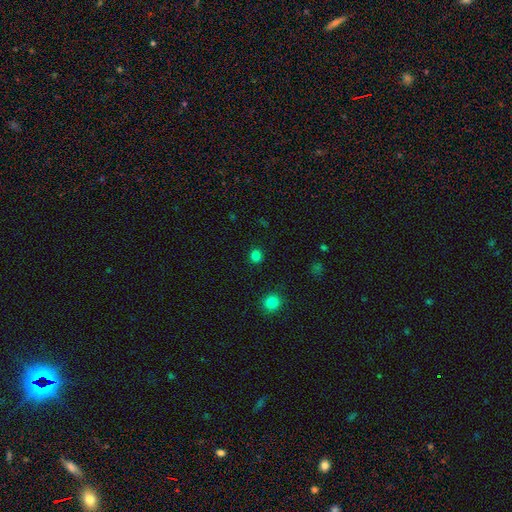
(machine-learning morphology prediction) smooth-or-featured: smooth: 81% | star or artifact: 16% | featured or disk: 3%
  how-rounded: round: 89% | in between: 10% | cigar-shaped: 1%
  merging: none: 91% | minor disturbance: 6% | major disturbance: 2% | merger: 1%